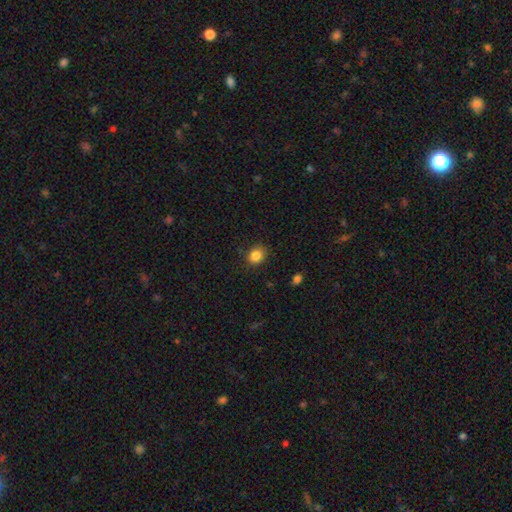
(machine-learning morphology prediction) This appears to be a smooth galaxy with no disk features (84%) that is round (72%). Merging: none (83%).